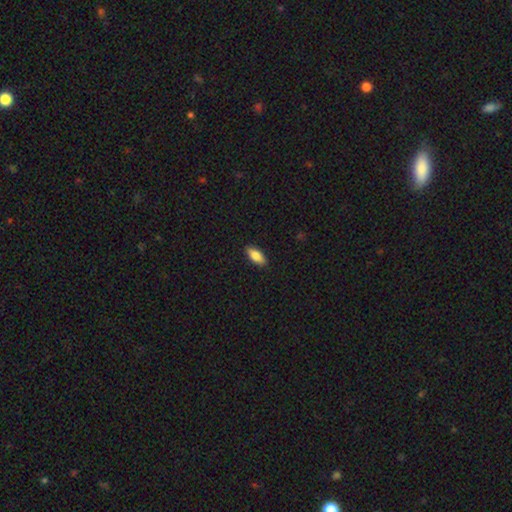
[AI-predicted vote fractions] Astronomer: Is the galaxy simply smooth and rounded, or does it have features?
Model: smooth — 82%.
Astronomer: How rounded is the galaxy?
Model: in between — 82%.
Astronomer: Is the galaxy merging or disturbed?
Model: none — 90%.